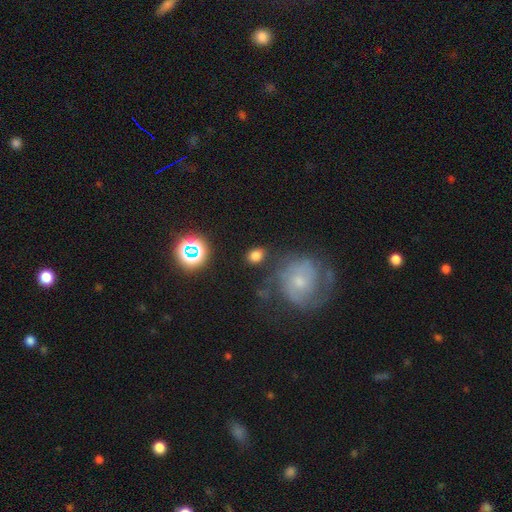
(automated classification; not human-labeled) A smooth galaxy with no disk features (77%) that is in between round and cigar-shaped (55%). Merging: none (77%).